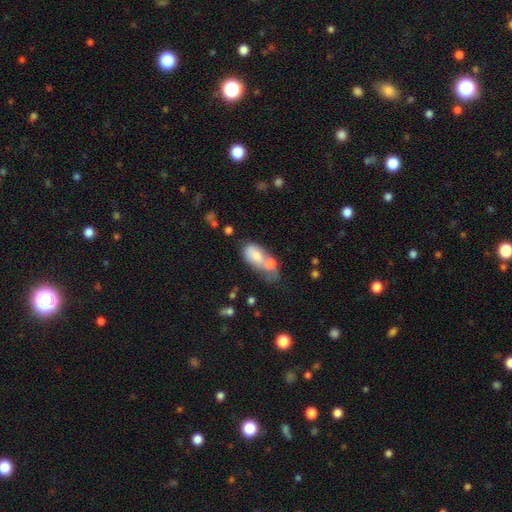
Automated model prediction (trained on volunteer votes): This is likely a smooth galaxy (72%). How rounded: clearly in between (87%). Merging: likely merger (66%).